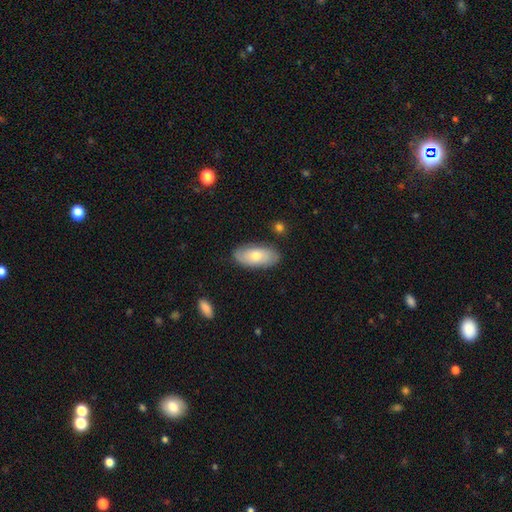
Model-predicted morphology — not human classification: type=smooth (58%); roundness=in between (91%); merging=none (81%).